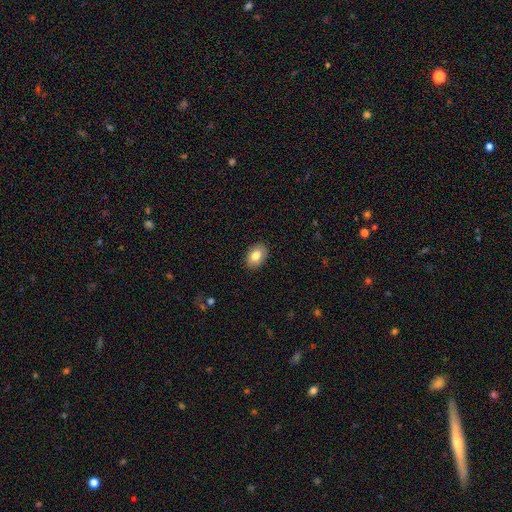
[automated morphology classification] smooth 81%, featured or disk 12%, star or artifact 8%. Down the decision tree: how rounded — in between (82%); merging — none (88%).